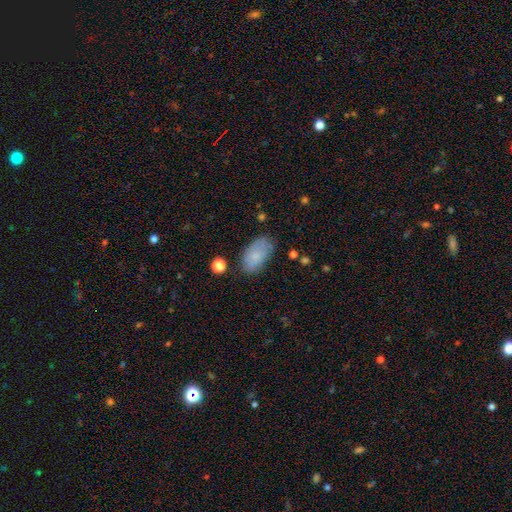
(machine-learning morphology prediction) Overall: smooth (78%). How rounded: in between (94%). Merging: none (69%).